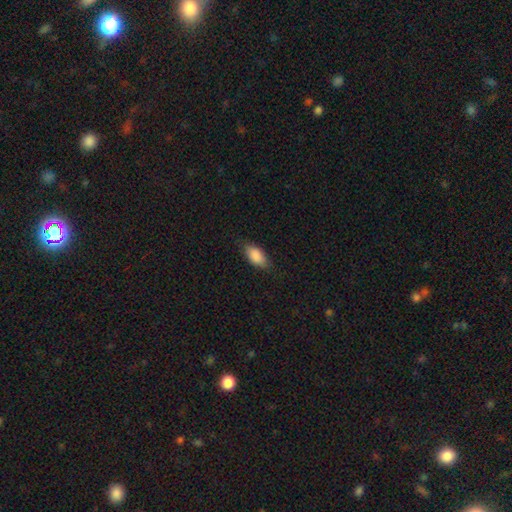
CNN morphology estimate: Overall: smooth (88%). How rounded: in between (91%). Merging: none (79%).